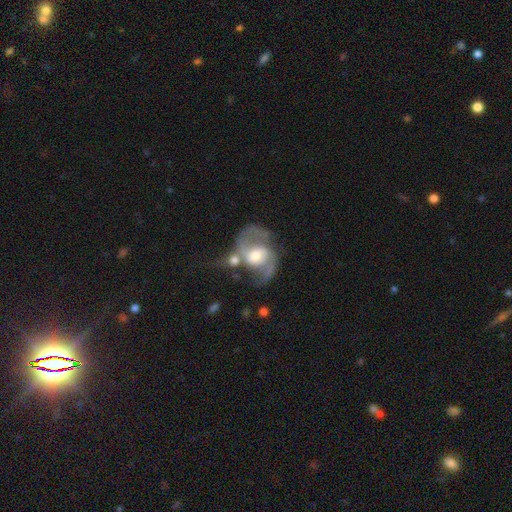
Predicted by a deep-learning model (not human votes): This appears to be a featured or disk galaxy (83%) with a weak bar (44%), 2 (87%) medium (50%) spiral arms (93%) and a moderate central bulge (61%). Merging: none (35%).